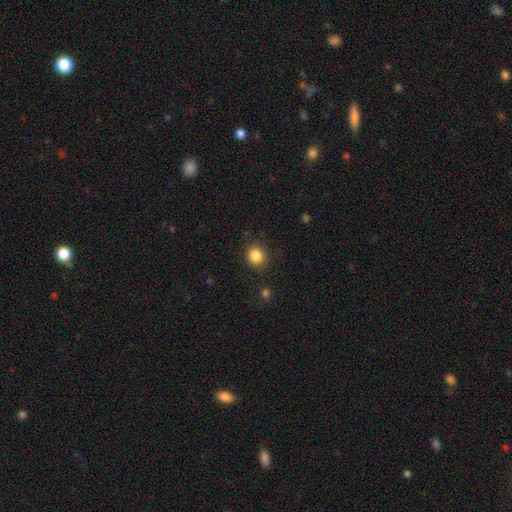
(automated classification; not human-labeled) Smooth or featured? Predicted: smooth (p=0.85). How rounded? Predicted: round (p=0.84). Merging? Predicted: none (p=0.86).